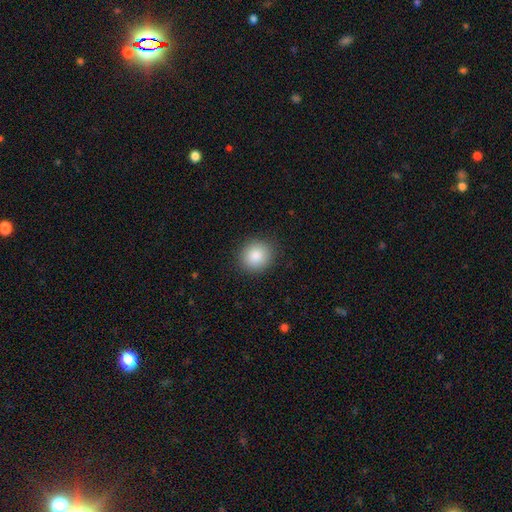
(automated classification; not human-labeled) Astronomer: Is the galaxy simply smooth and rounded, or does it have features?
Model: smooth — 87%.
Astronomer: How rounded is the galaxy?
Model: round — 80%.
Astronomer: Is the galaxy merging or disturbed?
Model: none — 89%.